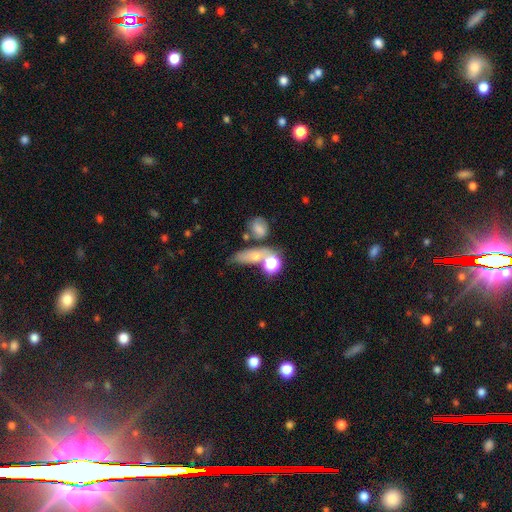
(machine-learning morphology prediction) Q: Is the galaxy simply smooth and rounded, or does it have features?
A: smooth — 65%.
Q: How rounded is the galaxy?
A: in between — 52%.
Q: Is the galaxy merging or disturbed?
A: none — 45%.